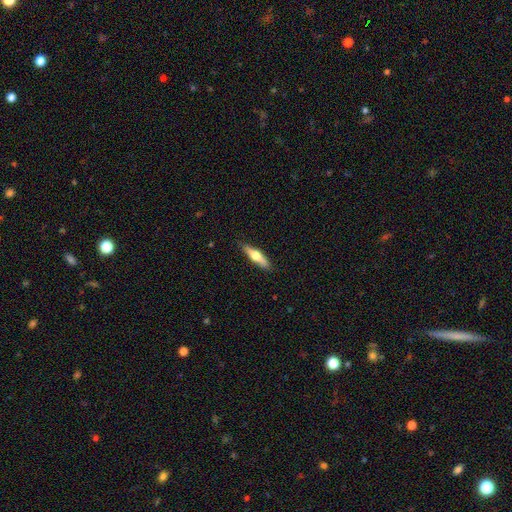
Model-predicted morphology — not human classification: This is possibly a featured or disk galaxy (49%). Merging: clearly none (86%).